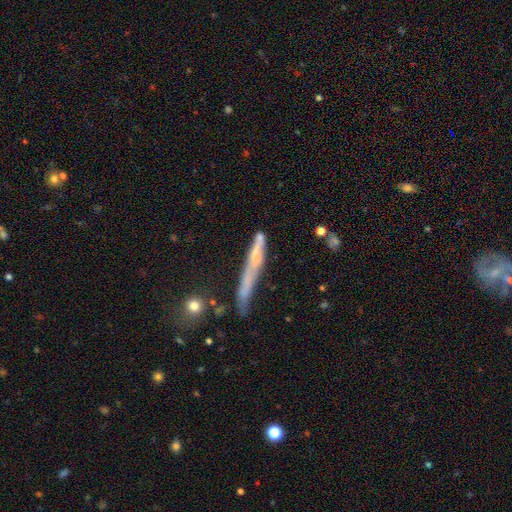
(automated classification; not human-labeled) featured or disk 48%, smooth 43%, star or artifact 9%. Down the decision tree: merging — none (44%).